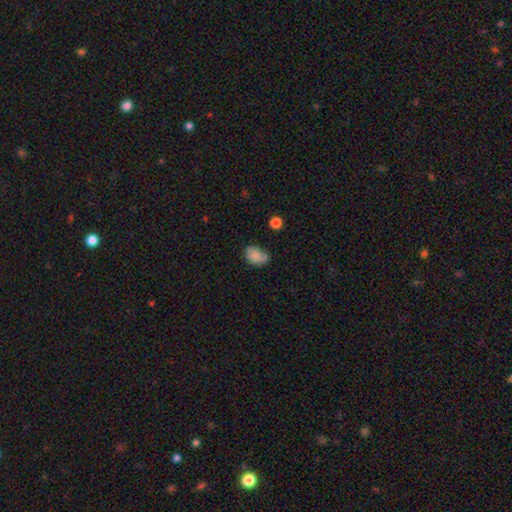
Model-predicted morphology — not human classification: This appears to be a smooth galaxy with no disk features (79%) that is in between round and cigar-shaped (80%). Merging: none (55%).